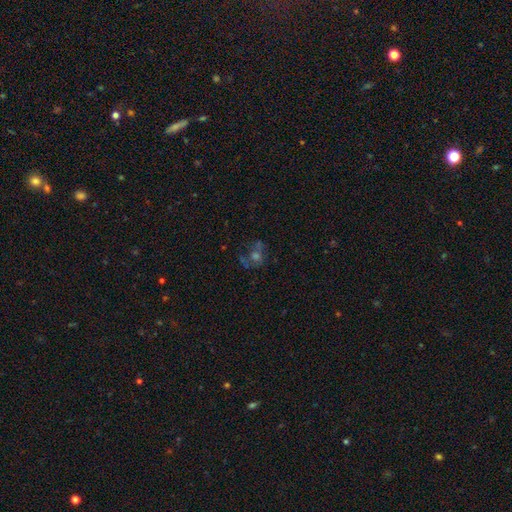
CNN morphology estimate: Overall: featured or disk (38%; star or artifact 32%). Merging: none (52%; major disturbance 19%).